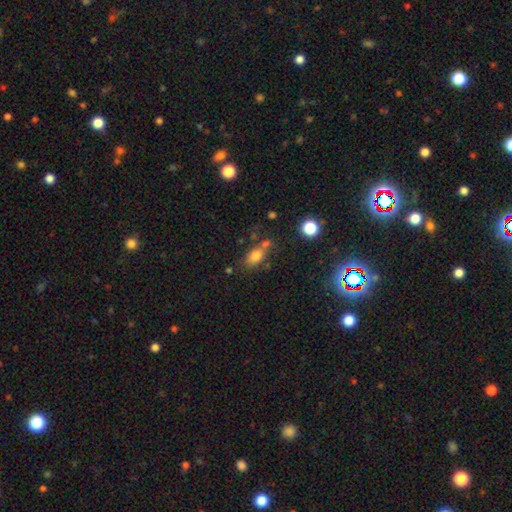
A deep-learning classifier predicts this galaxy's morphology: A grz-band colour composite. It shows a smooth galaxy with no disk features (77%) that is in between round and cigar-shaped (80%). Merging: none (57%).